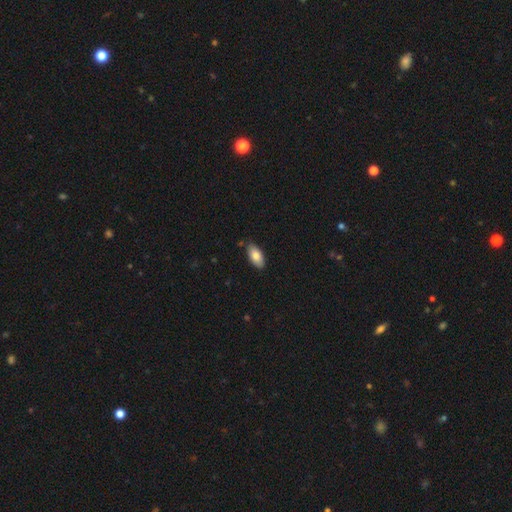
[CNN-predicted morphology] smooth 81%, featured or disk 13%, star or artifact 7%. Down the decision tree: how rounded — in between (93%); merging — none (84%).